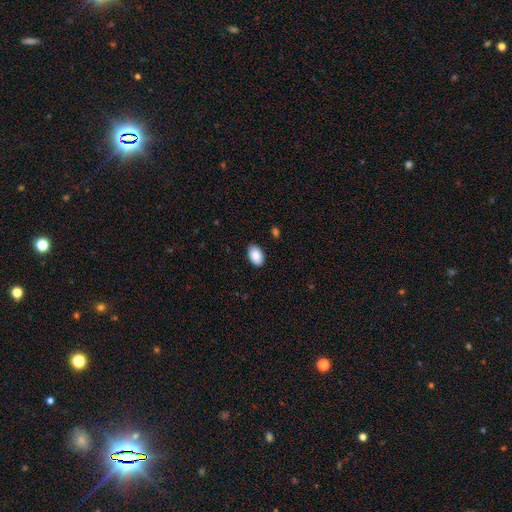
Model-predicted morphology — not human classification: smooth-or-featured: smooth: 88% | star or artifact: 7% | featured or disk: 5%
  how-rounded: in between: 90% | round: 9% | cigar-shaped: 1%
  merging: none: 87% | minor disturbance: 10% | major disturbance: 2% | merger: 1%